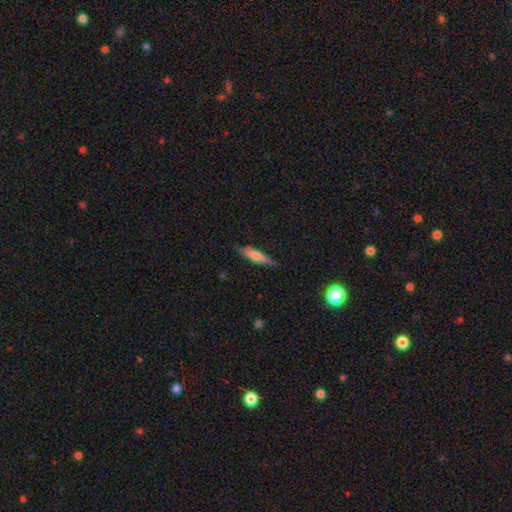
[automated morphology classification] The model was most divided on "smooth or featured": smooth: 61%, featured or disk: 33%, star or artifact: 6%. More confident: how rounded — cigar-shaped (83%); merging — none (81%).